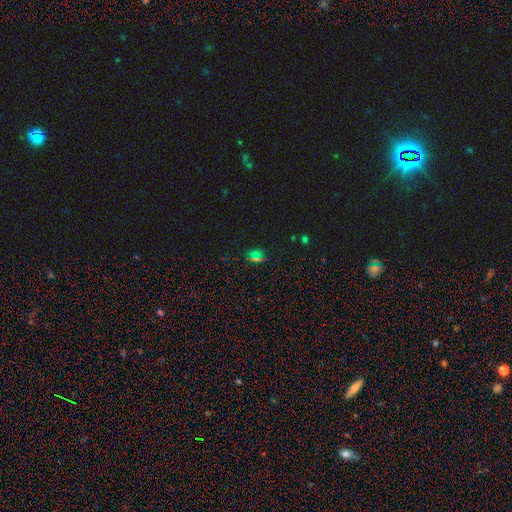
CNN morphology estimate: Smooth or featured? Predicted: star or artifact (p=0.48).